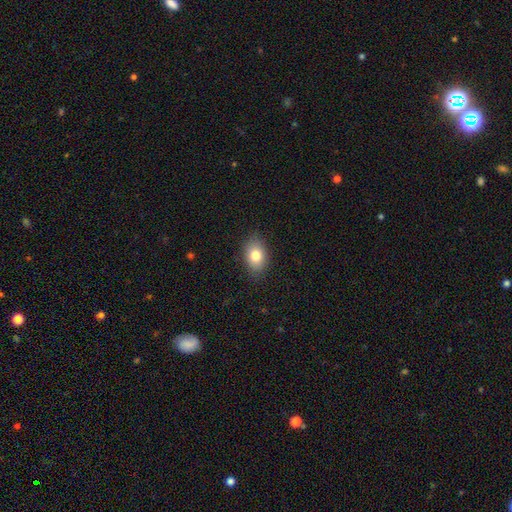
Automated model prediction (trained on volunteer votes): A smooth galaxy with no disk features (79%) that is in between round and cigar-shaped (81%).

Vote fractions:
- Smooth or featured? smooth: 79% / featured or disk: 12% / star or artifact: 9%
- How rounded? in between: 81% / round: 17% / cigar-shaped: 1%
- Merging? none: 86% / minor disturbance: 11% / major disturbance: 2% / merger: 1%